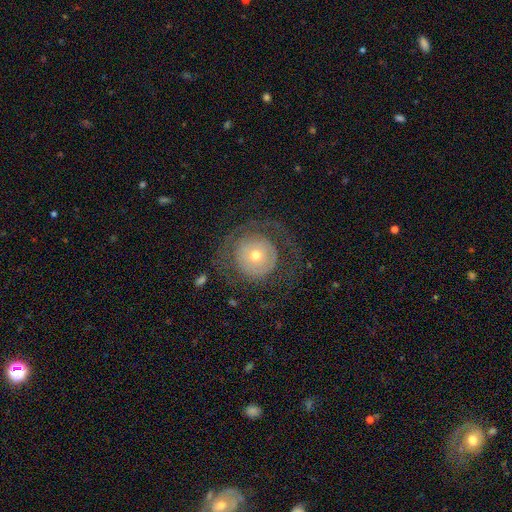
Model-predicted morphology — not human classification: smooth_or_featured: featured or disk (p=0.55) [alt: smooth p=0.37]
disk_edge_on: no (p=0.96) [alt: yes p=0.04]
bar: no (p=0.86) [alt: weak p=0.10]
has_spiral_arms: no (p=0.51) [alt: yes p=0.49]
bulge_size: small (p=0.50) [alt: moderate p=0.42]
merging: none (p=0.64) [alt: major disturbance p=0.20]